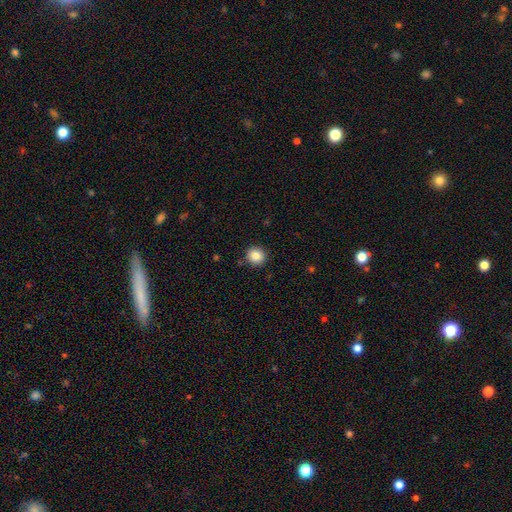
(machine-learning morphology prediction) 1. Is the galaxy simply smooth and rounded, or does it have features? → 86% smooth, 10% star or artifact, 5% featured or disk.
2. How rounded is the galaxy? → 91% round, 8% in between, 1% cigar-shaped.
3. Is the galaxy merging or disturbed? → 90% none, 6% minor disturbance, 2% major disturbance, 2% merger.